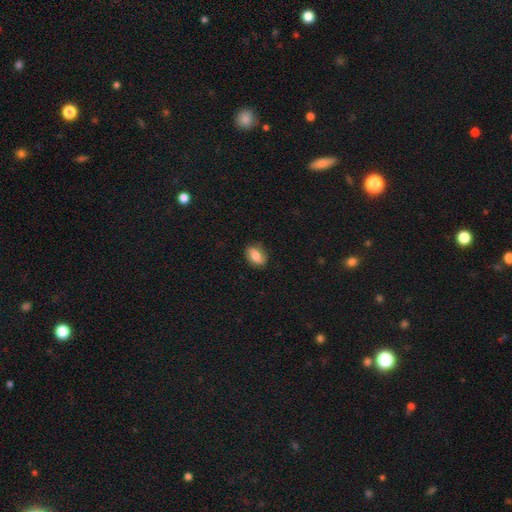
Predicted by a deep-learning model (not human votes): Smooth or featured? Predicted: smooth (p=0.75). How rounded? Predicted: in between (p=0.83). Merging? Predicted: none (p=0.82).